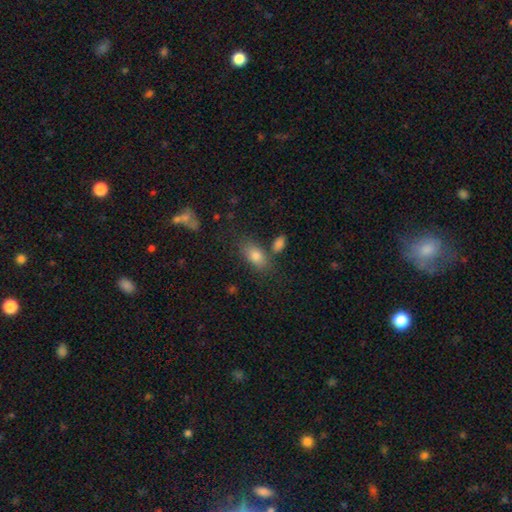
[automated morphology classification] Smooth or featured? Predicted: smooth (p=0.80). How rounded? Predicted: in between (p=0.87). Merging? Predicted: none (p=0.68).